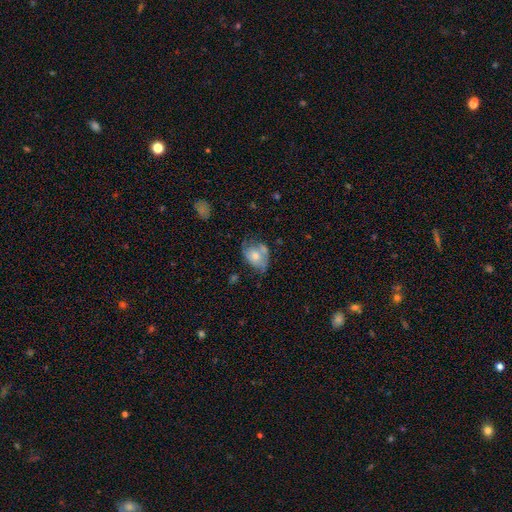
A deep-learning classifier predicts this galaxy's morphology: This appears to be a smooth galaxy with no disk features (52%) that is in between round and cigar-shaped (74%). Merging: none (39%).